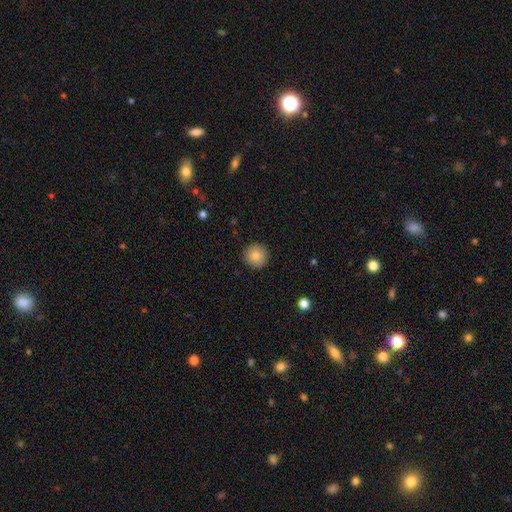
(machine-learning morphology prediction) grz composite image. It shows a smooth galaxy with no disk features (84%) that is round (95%). Merging: none (91%).